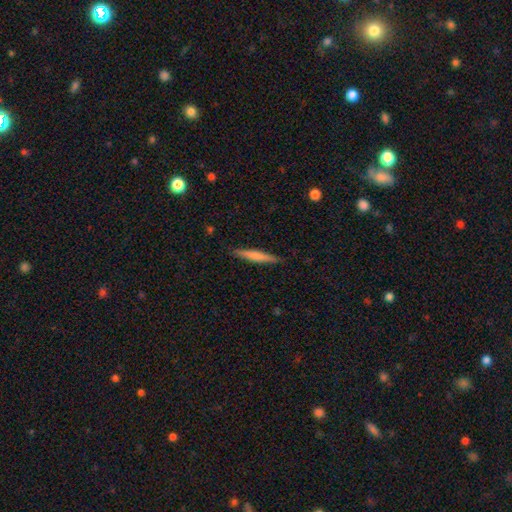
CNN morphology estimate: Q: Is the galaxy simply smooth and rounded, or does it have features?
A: smooth — 59%.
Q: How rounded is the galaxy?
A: cigar-shaped — 94%.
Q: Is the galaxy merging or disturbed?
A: none — 89%.